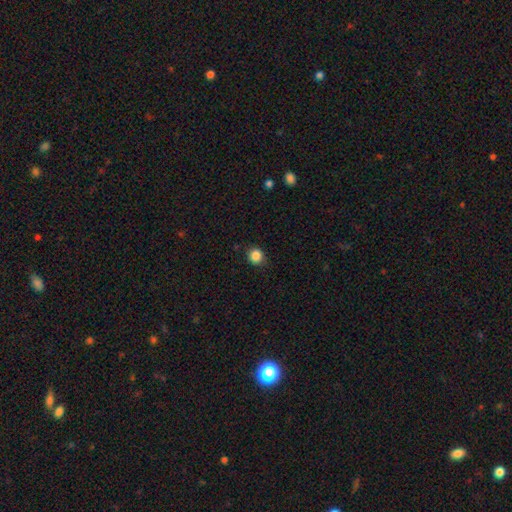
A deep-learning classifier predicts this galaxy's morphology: type=smooth (86%); roundness=round (88%); merging=none (87%).